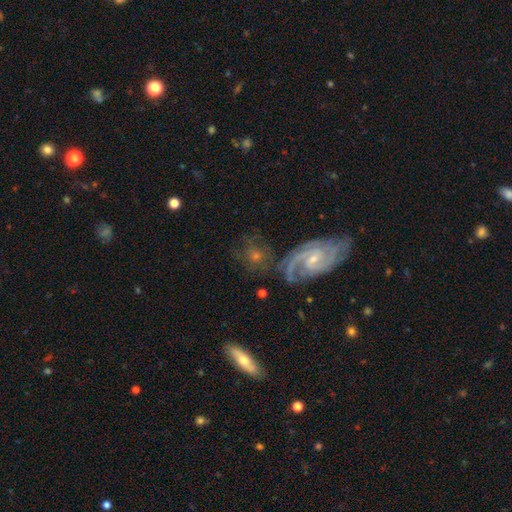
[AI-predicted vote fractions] Q: Smooth or featured?
A: featured or disk (66%); runner-up: smooth (22%)
Q: Edge-on disk?
A: no (93%); runner-up: yes (7%)
Q: Bar?
A: no (47%); runner-up: weak (40%)
Q: Spiral arms?
A: yes (92%); runner-up: no (8%)
Q: Spiral winding?
A: medium (46%); runner-up: tight (39%)
Q: Spiral arm count?
A: 2 (49%); runner-up: can't tell (19%)
Q: Bulge size?
A: small (66%); runner-up: moderate (27%)
Q: Merging?
A: none (67%); runner-up: minor disturbance (17%)